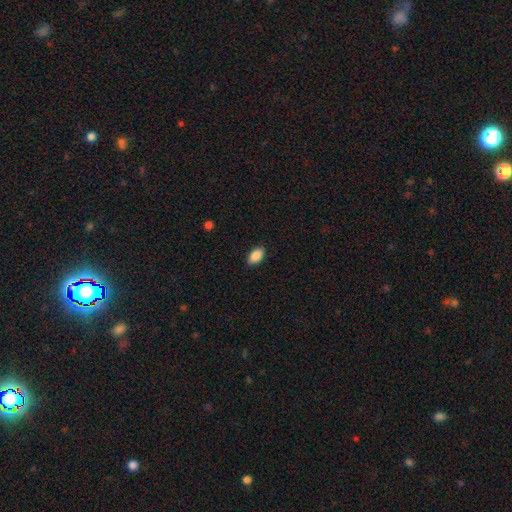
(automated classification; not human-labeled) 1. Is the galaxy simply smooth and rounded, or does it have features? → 88% smooth, 7% star or artifact, 5% featured or disk.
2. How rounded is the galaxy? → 92% in between, 6% round, 2% cigar-shaped.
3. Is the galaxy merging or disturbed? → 85% none, 11% minor disturbance, 2% major disturbance, 1% merger.